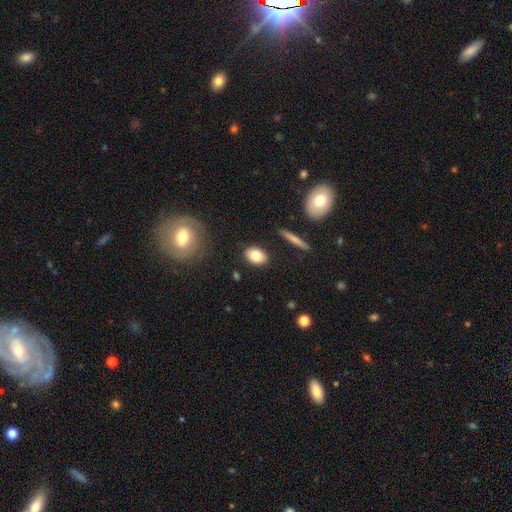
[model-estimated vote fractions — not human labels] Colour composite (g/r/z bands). It shows a smooth galaxy with no disk features (81%) that is in between round and cigar-shaped (78%). Merging: none (86%).